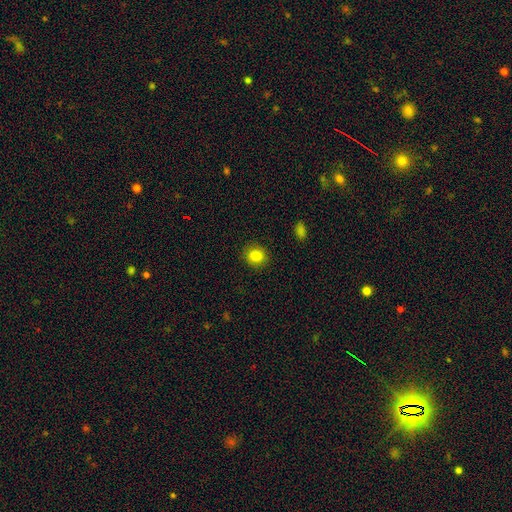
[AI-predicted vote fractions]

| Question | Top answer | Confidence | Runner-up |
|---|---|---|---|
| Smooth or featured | smooth | 84% | star or artifact (10%) |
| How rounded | round | 77% | in between (22%) |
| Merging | none | 89% | minor disturbance (7%) |